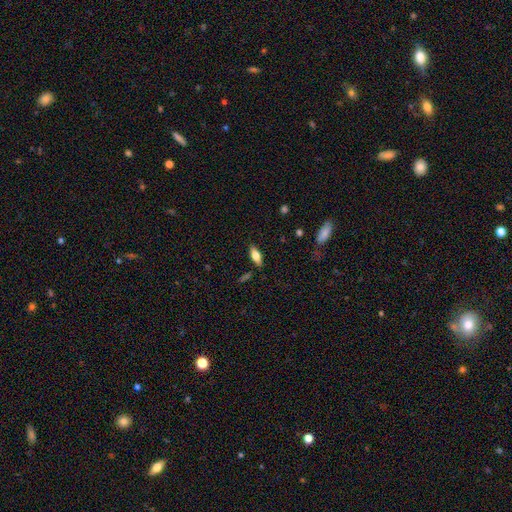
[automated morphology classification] Q: Smooth or featured?
A: smooth (71%); runner-up: featured or disk (21%)
Q: How rounded?
A: in between (78%); runner-up: cigar-shaped (20%)
Q: Merging?
A: none (84%); runner-up: minor disturbance (11%)